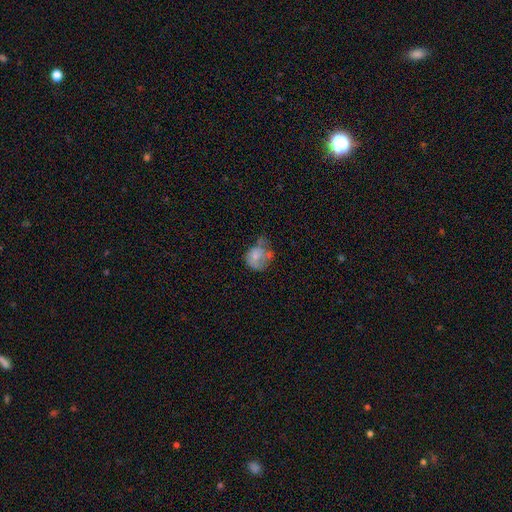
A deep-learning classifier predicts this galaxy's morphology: smooth-or-featured: smooth: 64% | featured or disk: 27% | star or artifact: 10%
  how-rounded: round: 63% | in between: 36% | cigar-shaped: 1%
  merging: minor disturbance: 32% | none: 28% | major disturbance: 28% | merger: 11%